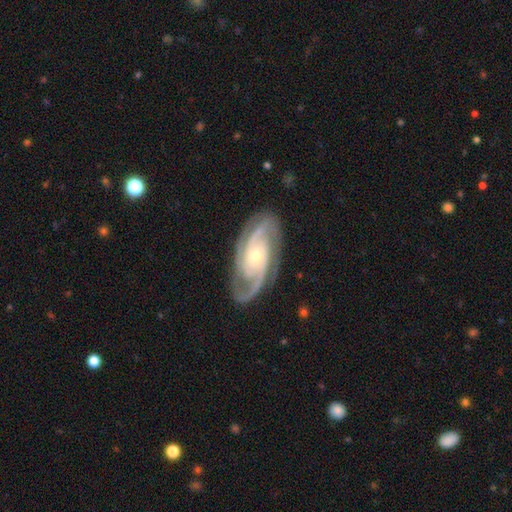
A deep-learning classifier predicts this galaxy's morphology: Smooth or featured: featured or disk — 92% (star or artifact — 4%)
Edge-on disk: no — 96% (yes — 4%)
Bar: no — 67% (weak — 24%)
Spiral arms: yes — 98% (no — 2%)
Spiral winding: tight — 52% (medium — 41%)
Spiral arm count: 2 — 44% (3 — 36%)
Bulge size: small — 53% (moderate — 43%)
Merging: none — 81% (minor disturbance — 14%)